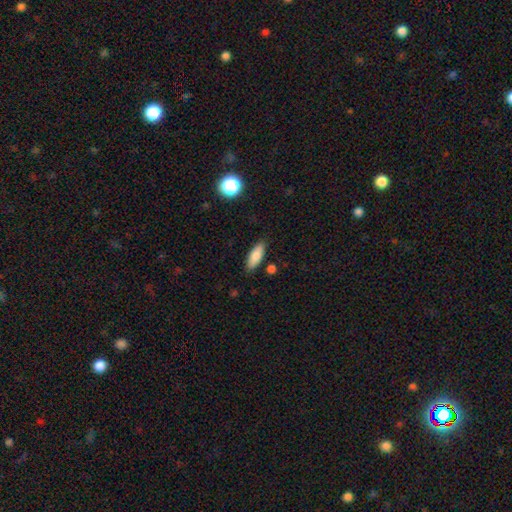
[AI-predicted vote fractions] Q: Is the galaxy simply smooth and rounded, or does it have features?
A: smooth — 83%.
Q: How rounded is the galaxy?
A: in between — 66%.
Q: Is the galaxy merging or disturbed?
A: none — 84%.